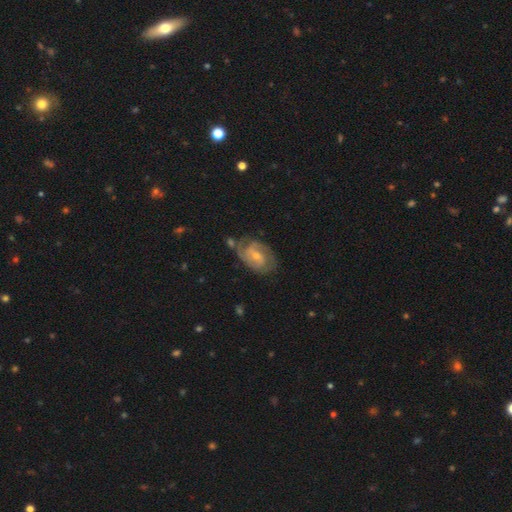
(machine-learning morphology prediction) The model was most divided on "spiral winding": tight: 49%, medium: 41%, loose: 10%. Remaining: edge-on disk — no (97%); spiral arms — yes (94%); smooth or featured — featured or disk (79%); merging — none (64%); spiral arm count — 2 (63%); bulge size — small (55%); bar — weak (49%).